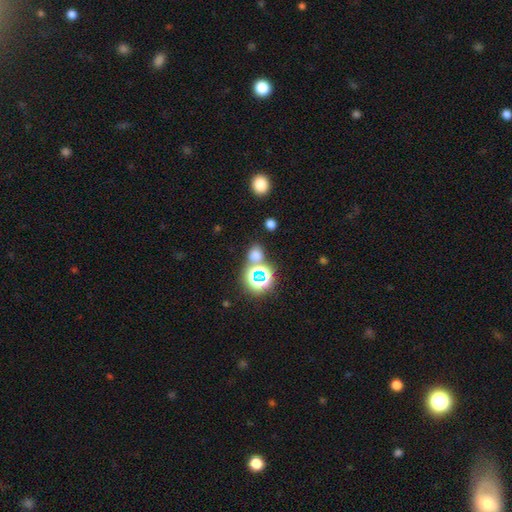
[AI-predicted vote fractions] This appears to be a smooth galaxy with no disk features (59%) that is round (62%). Merging: none (68%).